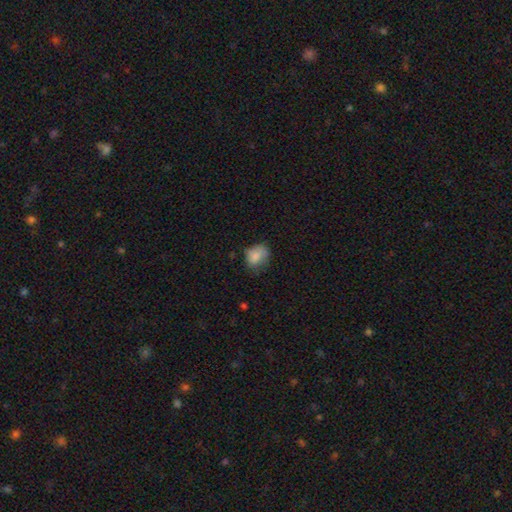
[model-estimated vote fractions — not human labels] A smooth galaxy with no disk features (78%) that is in between round and cigar-shaped (60%).

Vote fractions:
- Smooth or featured? smooth: 78% / featured or disk: 12% / star or artifact: 9%
- How rounded? in between: 60% / round: 39% / cigar-shaped: 1%
- Merging? none: 53% / minor disturbance: 32% / major disturbance: 13% / merger: 2%